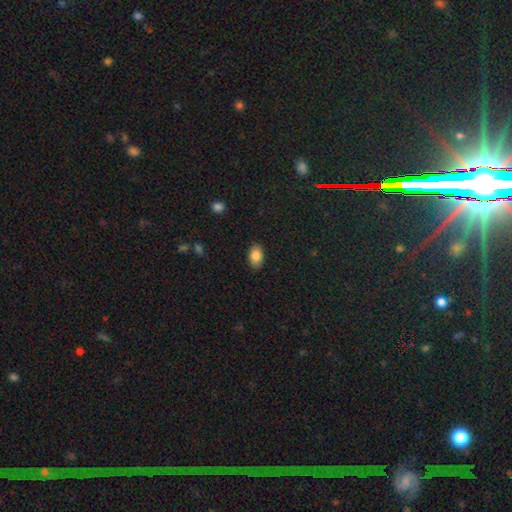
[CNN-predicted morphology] Overall: smooth (86%). How rounded: in between (89%). Merging: none (87%).